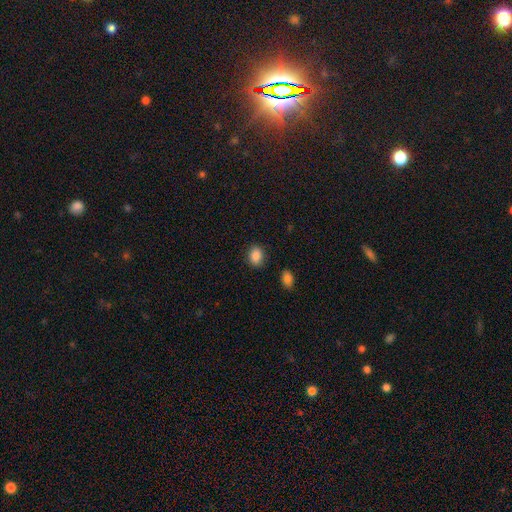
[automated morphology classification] The model was most divided on "how rounded": in between: 62%, round: 37%, cigar-shaped: 1%. More confident: smooth or featured — smooth (87%); merging — none (85%).